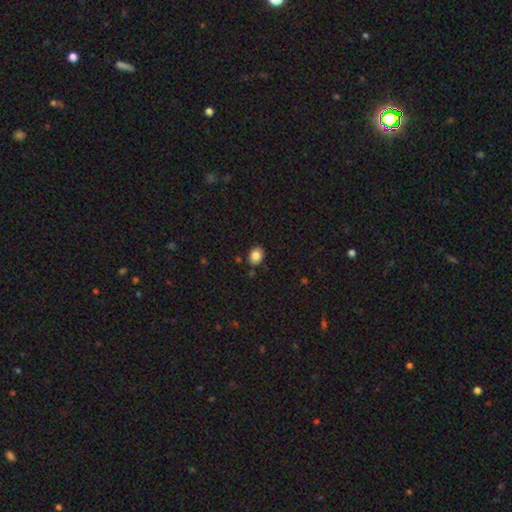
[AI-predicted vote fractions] Morphology: type=smooth (85%); roundness=in between (52%); merging=none (83%).